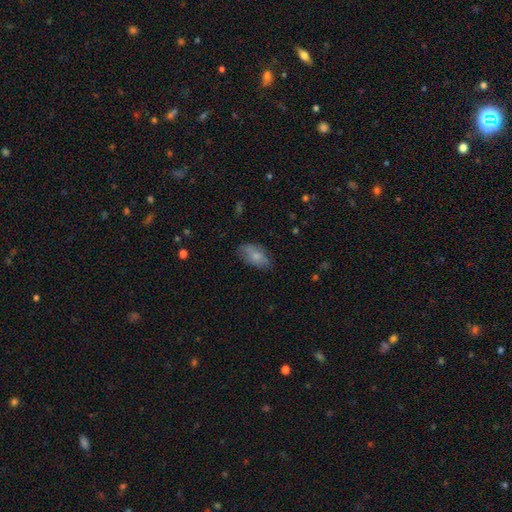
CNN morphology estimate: Smooth or featured?
  - smooth: 74% *
  - featured or disk: 19%
  - star or artifact: 7%
How rounded?
  - in between: 92% *
  - round: 4%
  - cigar-shaped: 4%
Merging?
  - none: 67% *
  - minor disturbance: 25%
  - major disturbance: 7%
  - merger: 2%